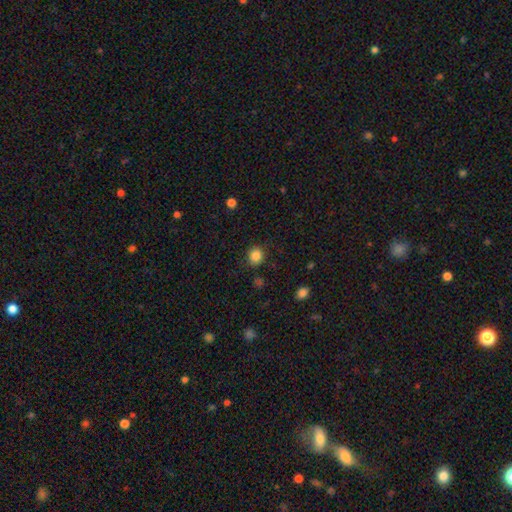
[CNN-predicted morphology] type=smooth (85%); roundness=round (82%); merging=none (86%).